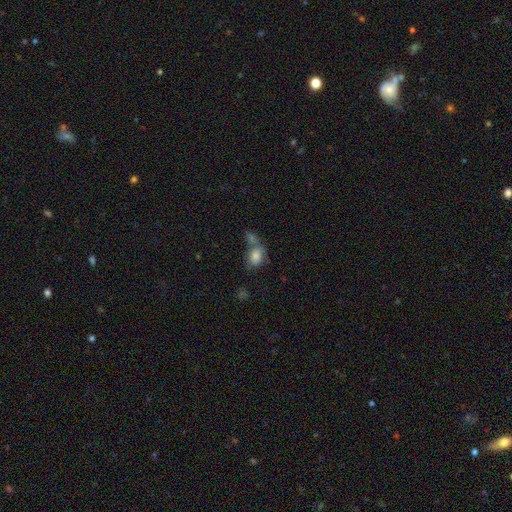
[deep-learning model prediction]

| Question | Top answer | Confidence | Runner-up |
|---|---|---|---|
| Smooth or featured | smooth | 79% | featured or disk (12%) |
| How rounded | in between | 66% | round (32%) |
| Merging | merger | 41% | none (36%) |